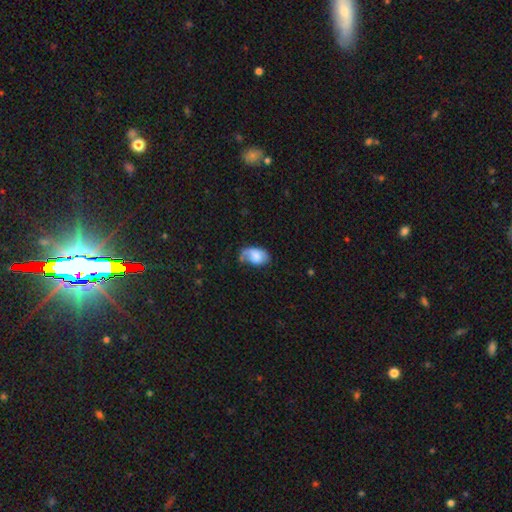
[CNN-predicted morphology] Smooth or featured?
  - smooth: 67% *
  - featured or disk: 25%
  - star or artifact: 8%
How rounded?
  - in between: 89% *
  - round: 9%
  - cigar-shaped: 1%
Merging?
  - none: 40% *
  - minor disturbance: 37%
  - major disturbance: 19%
  - merger: 4%